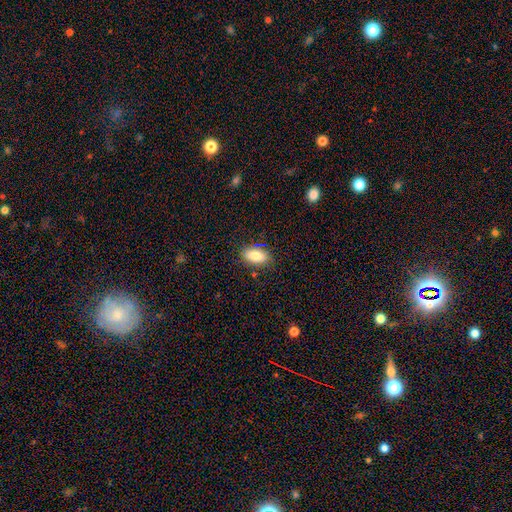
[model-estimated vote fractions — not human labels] A smooth galaxy with no disk features (83%) that is in between round and cigar-shaped (91%).

Vote fractions:
- Smooth or featured? smooth: 83% / featured or disk: 10% / star or artifact: 7%
- How rounded? in between: 91% / round: 5% / cigar-shaped: 4%
- Merging? none: 82% / minor disturbance: 13% / major disturbance: 3% / merger: 2%